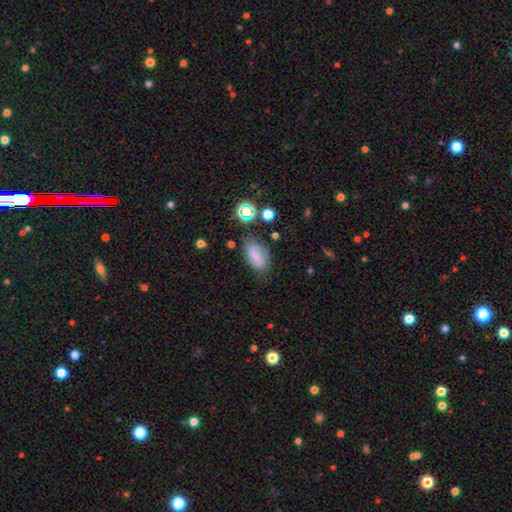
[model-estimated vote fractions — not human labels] This appears to be a smooth galaxy with no disk features (67%) that is in between round and cigar-shaped (89%). Merging: none (61%).